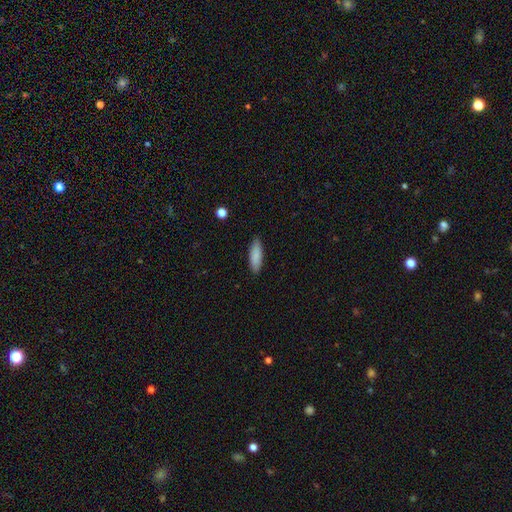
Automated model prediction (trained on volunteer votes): Overall: smooth (87%). How rounded: in between (56%; cigar-shaped 42%). Merging: none (87%).